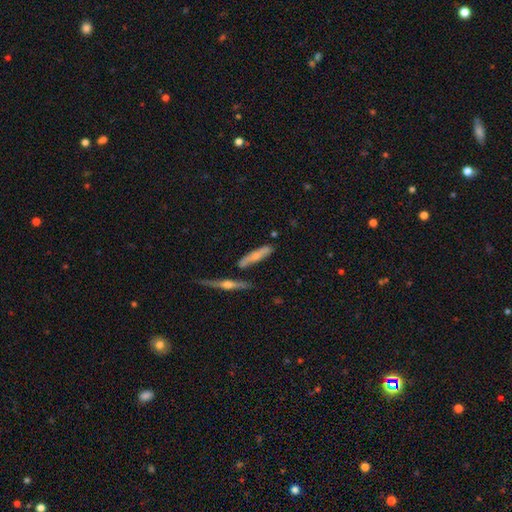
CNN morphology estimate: smooth-or-featured: smooth: 49% | featured or disk: 43% | star or artifact: 7%
  merging: none: 65% | merger: 16% | minor disturbance: 15% | major disturbance: 4%